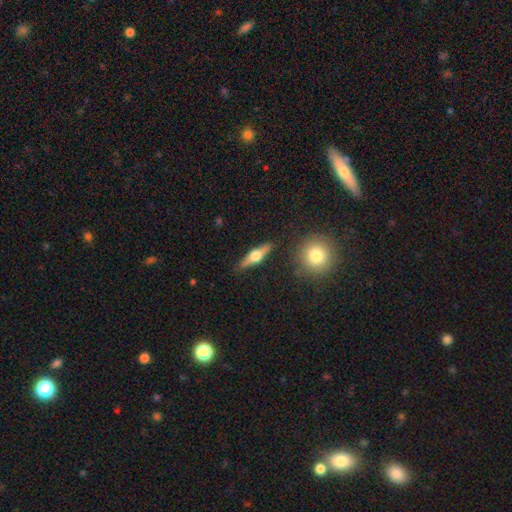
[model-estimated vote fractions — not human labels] Smooth or featured?
  - featured or disk: 66% *
  - smooth: 28%
  - star or artifact: 6%
Edge-on disk?
  - yes: 95% *
  - no: 5%
Edge-on bulge?
  - rounded: 94% *
  - boxy: 4%
  - none: 2%
Merging?
  - none: 87% *
  - minor disturbance: 9%
  - merger: 2%
  - major disturbance: 2%